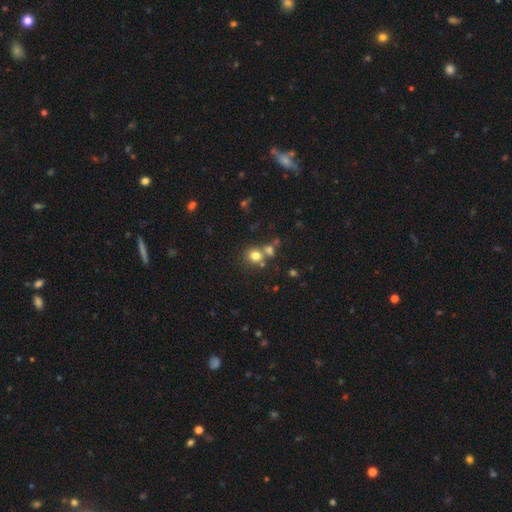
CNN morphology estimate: smooth 77%, star or artifact 14%, featured or disk 9%. Down the decision tree: how rounded — round (80%); merging — none (57%).